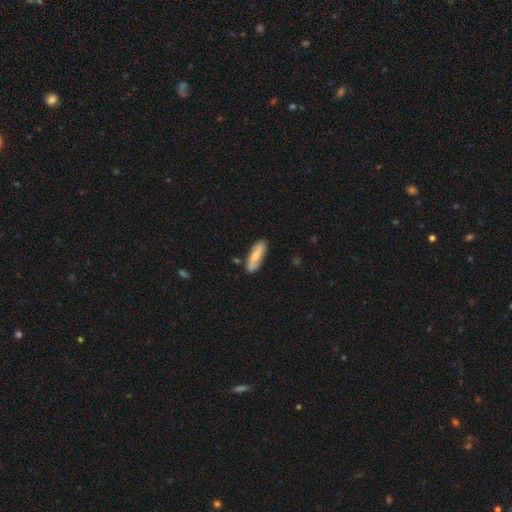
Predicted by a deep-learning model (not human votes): Smooth or featured? smooth (57%)
How rounded? in between (56%)
Merging? none (82%)